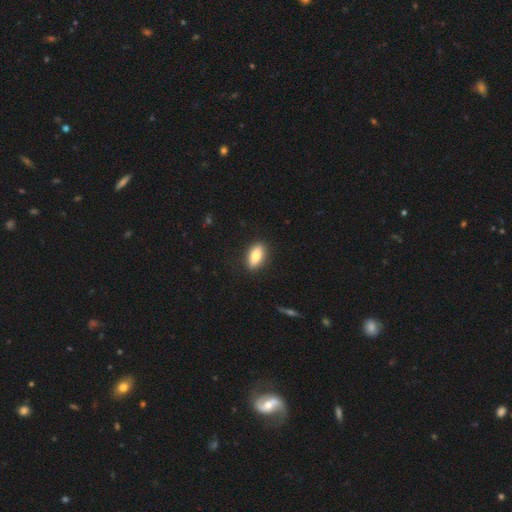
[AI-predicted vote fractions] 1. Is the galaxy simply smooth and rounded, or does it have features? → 77% smooth, 16% featured or disk, 7% star or artifact.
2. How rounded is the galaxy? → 81% in between, 15% cigar-shaped, 4% round.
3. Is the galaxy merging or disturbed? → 88% none, 9% minor disturbance, 2% major disturbance, 1% merger.